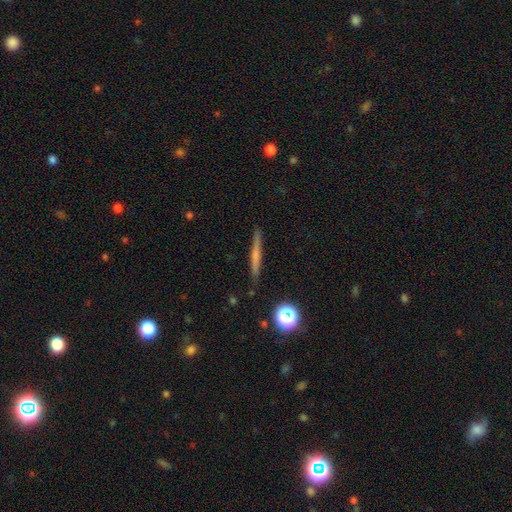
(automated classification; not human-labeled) A smooth galaxy with no disk features (47%). Merging: none (88%).